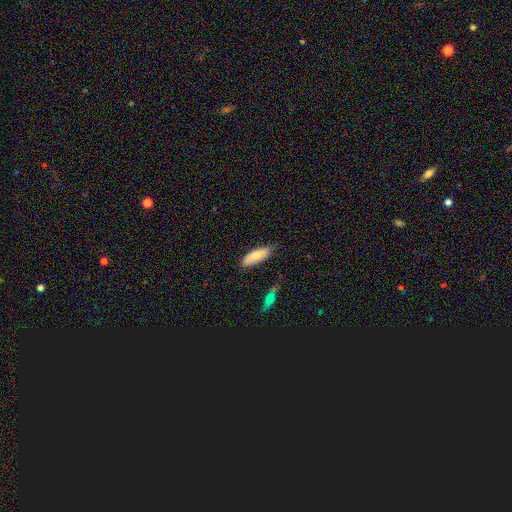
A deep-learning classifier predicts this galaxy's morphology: Q: Smooth or featured?
A: smooth (80%); runner-up: featured or disk (14%)
Q: How rounded?
A: in between (72%); runner-up: cigar-shaped (27%)
Q: Merging?
A: none (76%); runner-up: minor disturbance (19%)